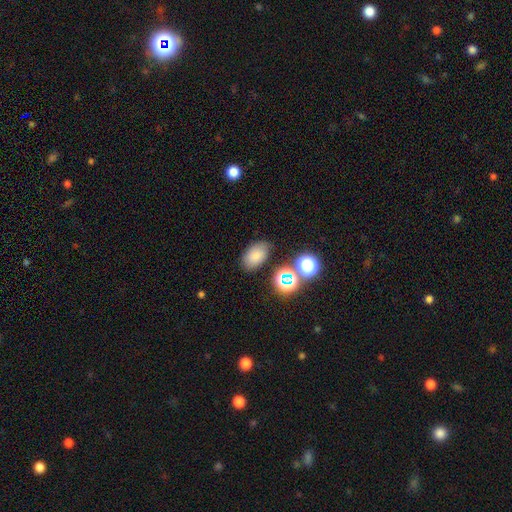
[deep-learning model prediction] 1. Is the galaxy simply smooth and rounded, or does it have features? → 75% smooth, 15% star or artifact, 10% featured or disk.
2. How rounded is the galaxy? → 87% in between, 11% round, 1% cigar-shaped.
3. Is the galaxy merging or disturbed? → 77% none, 14% minor disturbance, 5% merger, 4% major disturbance.